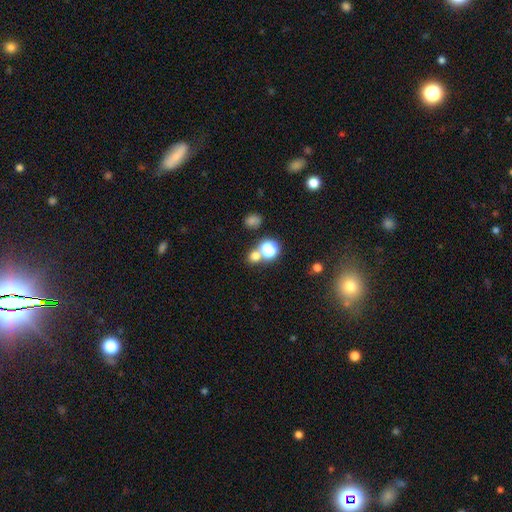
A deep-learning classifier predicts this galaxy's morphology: smooth 68%, star or artifact 25%, featured or disk 7%. Down the decision tree: how rounded — round (83%); merging — none (62%).